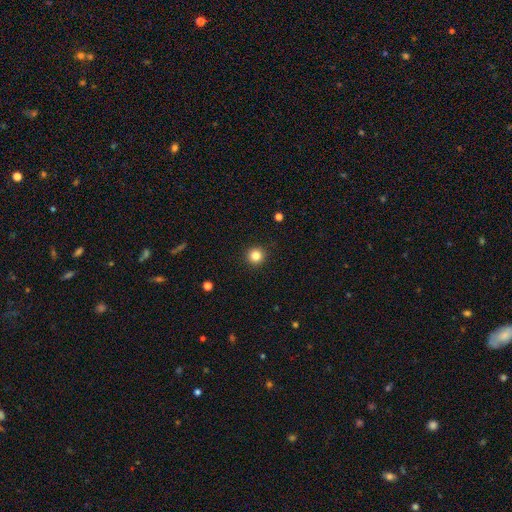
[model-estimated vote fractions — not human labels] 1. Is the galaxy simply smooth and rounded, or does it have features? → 84% smooth, 11% star or artifact, 4% featured or disk.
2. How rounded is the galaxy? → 96% round, 4% in between, 1% cigar-shaped.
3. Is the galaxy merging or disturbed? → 93% none, 4% minor disturbance, 2% major disturbance, 1% merger.